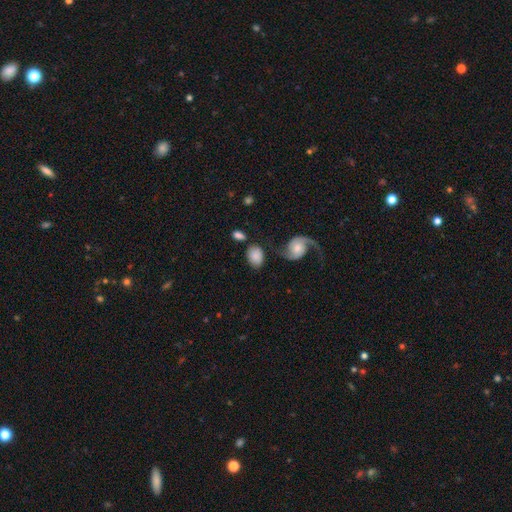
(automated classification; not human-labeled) Q: Smooth or featured?
A: smooth (70%); runner-up: featured or disk (23%)
Q: How rounded?
A: in between (75%); runner-up: round (24%)
Q: Merging?
A: none (56%); runner-up: minor disturbance (18%)